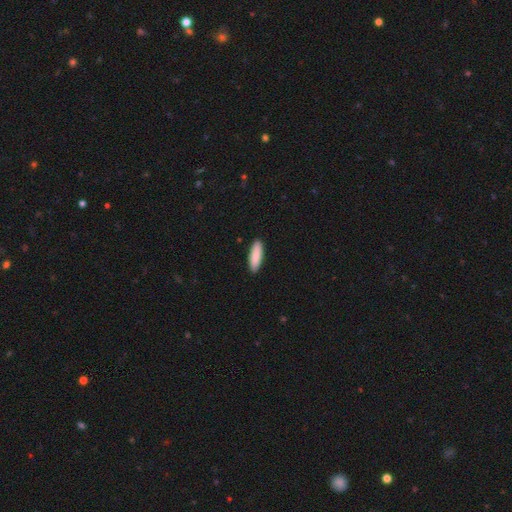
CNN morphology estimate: Smooth or featured? smooth (89%)
How rounded? cigar-shaped (52%)
Merging? none (91%)